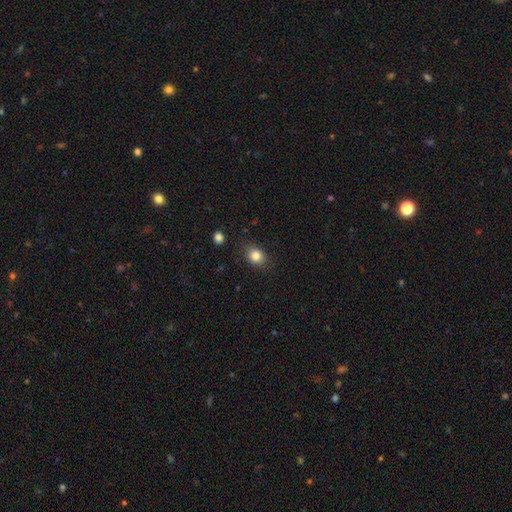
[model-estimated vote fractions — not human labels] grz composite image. It shows a smooth galaxy with no disk features (83%) that is round (53%). Merging: none (82%).